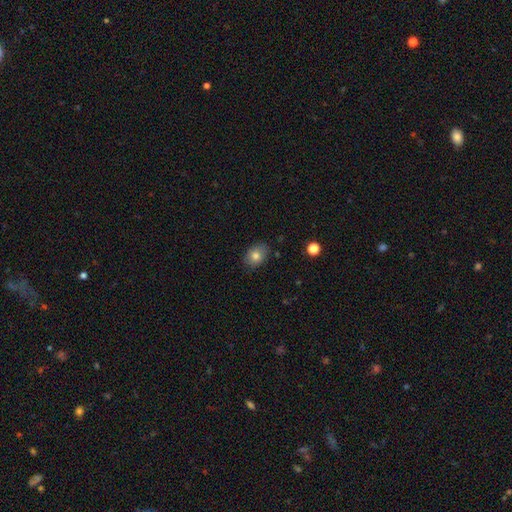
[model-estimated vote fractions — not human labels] smooth 79%, featured or disk 12%, star or artifact 9%. Down the decision tree: how rounded — in between (73%); merging — none (84%).